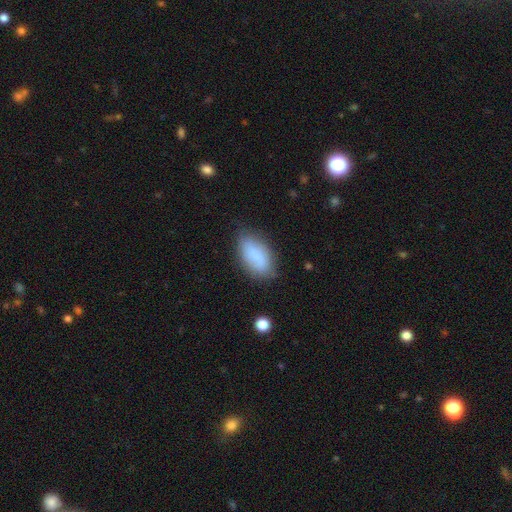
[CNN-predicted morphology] smooth_or_featured: smooth (p=0.81) [alt: featured or disk p=0.12]
how_rounded: in between (p=0.89) [alt: cigar-shaped p=0.08]
merging: none (p=0.71) [alt: minor disturbance p=0.21]